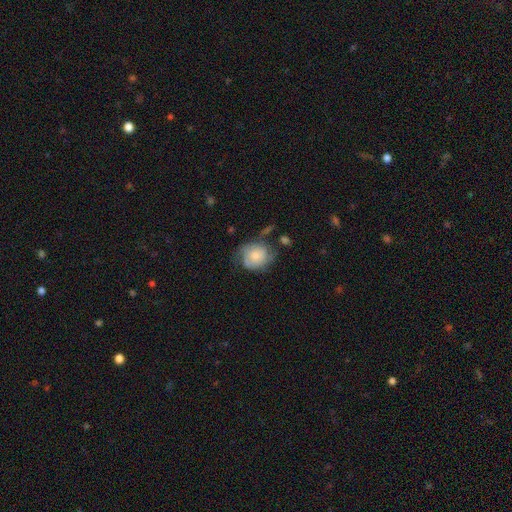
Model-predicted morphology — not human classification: smooth 54%, featured or disk 38%, star or artifact 7%. Down the decision tree: how rounded — round (64%); merging — none (44%).